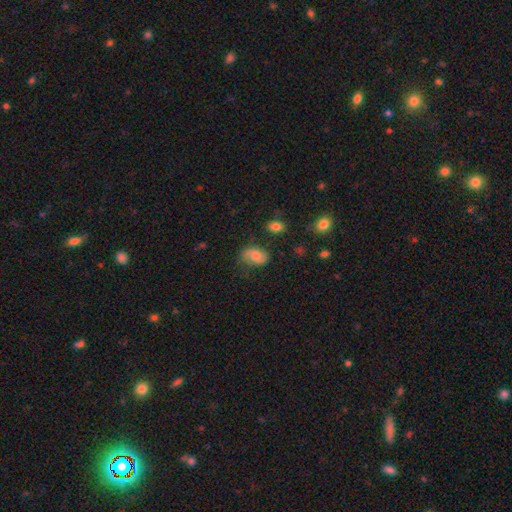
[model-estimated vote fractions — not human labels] smooth-or-featured: featured or disk: 45% (tied) | smooth: 45% (tied) | star or artifact: 9%
  merging: none: 63% | minor disturbance: 23% | major disturbance: 11% | merger: 3%